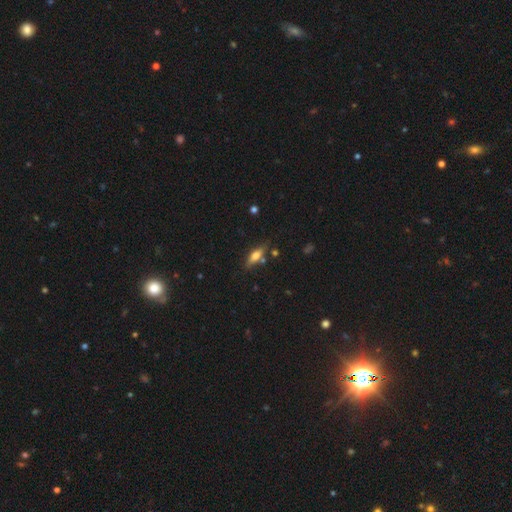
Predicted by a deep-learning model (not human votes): smooth-or-featured: smooth: 57% | featured or disk: 34% | star or artifact: 8%
  how-rounded: in between: 51% | cigar-shaped: 46% | round: 3%
  merging: none: 74% | minor disturbance: 16% | merger: 6% | major disturbance: 4%